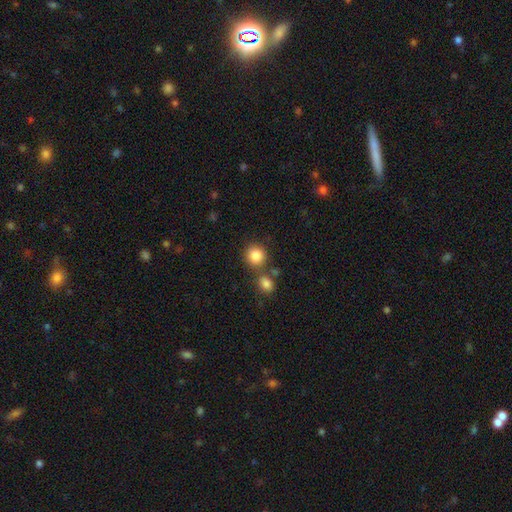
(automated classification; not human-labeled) Smooth or featured? smooth (85%)
How rounded? round (89%)
Merging? none (73%)